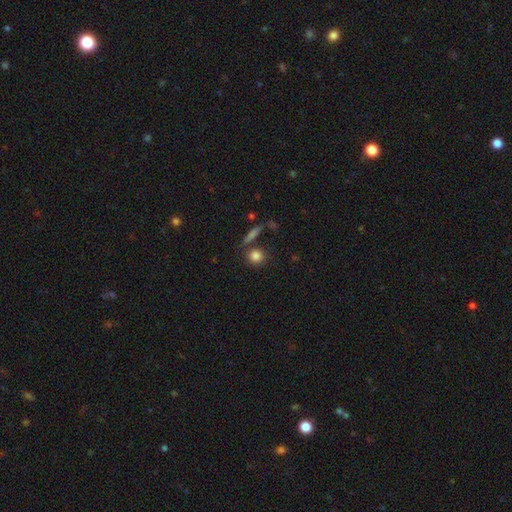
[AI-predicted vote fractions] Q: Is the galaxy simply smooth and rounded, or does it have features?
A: smooth — 83%.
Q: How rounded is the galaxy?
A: round — 82%.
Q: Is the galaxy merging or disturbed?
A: none — 74%.